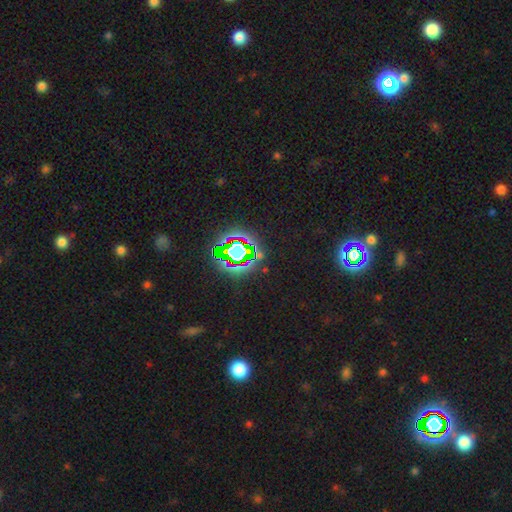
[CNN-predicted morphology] smooth-or-featured: star or artifact: 74% | smooth: 15% | featured or disk: 10%